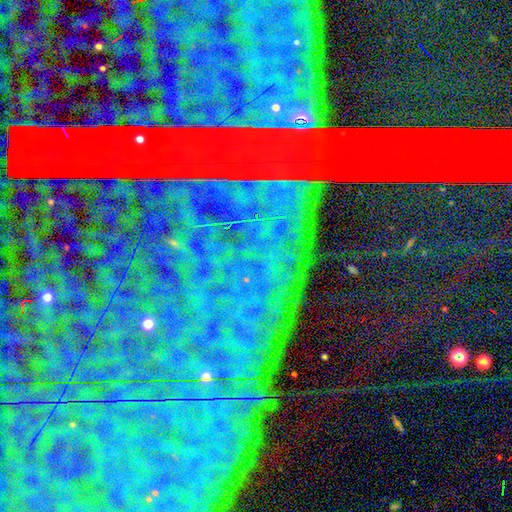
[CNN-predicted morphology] smooth-or-featured: star or artifact: 86% | featured or disk: 8% | smooth: 6%